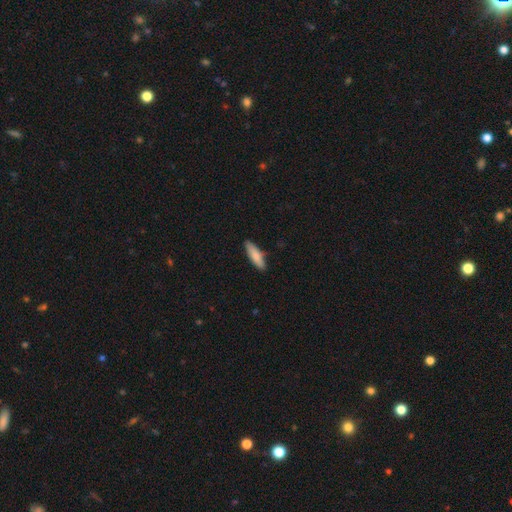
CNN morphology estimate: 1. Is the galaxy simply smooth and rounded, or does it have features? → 79% smooth, 15% featured or disk, 5% star or artifact.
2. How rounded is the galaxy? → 63% cigar-shaped, 35% in between, 2% round.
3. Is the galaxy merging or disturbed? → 85% none, 11% minor disturbance, 2% major disturbance, 1% merger.